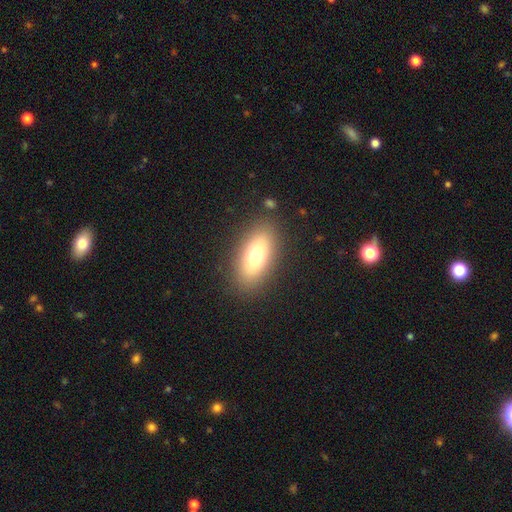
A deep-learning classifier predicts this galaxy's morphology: A smooth galaxy with no disk features (72%) that is in between round and cigar-shaped (84%). Merging: none (86%).